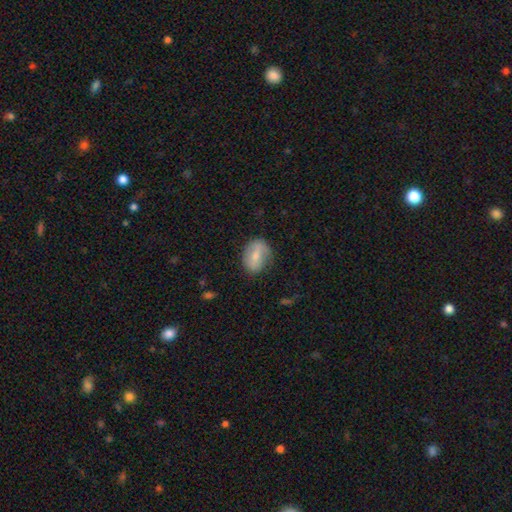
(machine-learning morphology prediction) The model was most divided on "smooth or featured": smooth: 56%, featured or disk: 37%, star or artifact: 7%. More confident: merging — none (71%); how rounded — in between (71%).